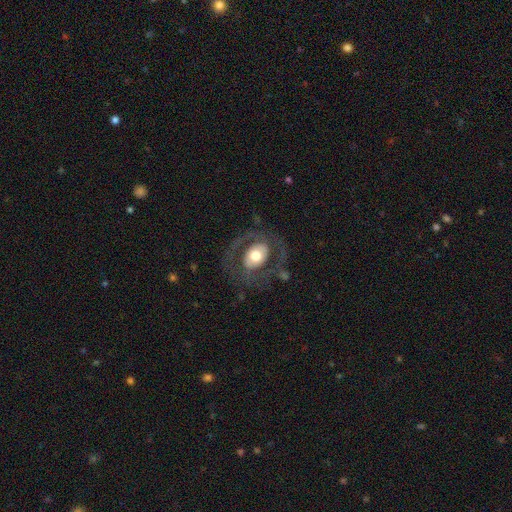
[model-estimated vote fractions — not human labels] Q: Smooth or featured?
A: featured or disk (61%); runner-up: smooth (33%)
Q: Edge-on disk?
A: no (95%); runner-up: yes (5%)
Q: Bar?
A: no (69%); runner-up: weak (21%)
Q: Spiral arms?
A: yes (51%); runner-up: no (49%)
Q: Bulge size?
A: moderate (54%); runner-up: large (35%)
Q: Merging?
A: none (64%); runner-up: major disturbance (19%)